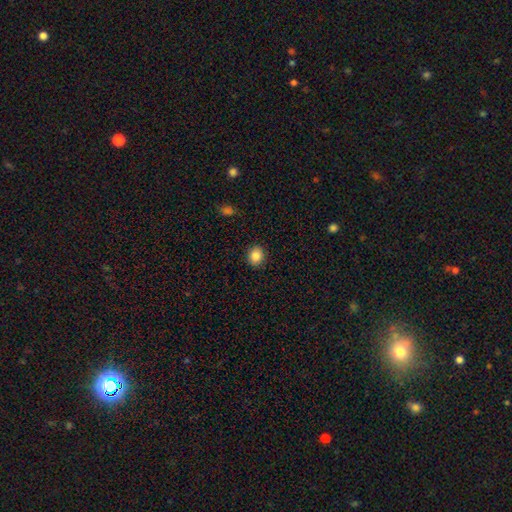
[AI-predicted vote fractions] Smooth or featured?
  - smooth: 85% *
  - star or artifact: 9%
  - featured or disk: 5%
How rounded?
  - round: 69% *
  - in between: 30%
  - cigar-shaped: 1%
Merging?
  - none: 91% *
  - minor disturbance: 6%
  - major disturbance: 2%
  - merger: 1%